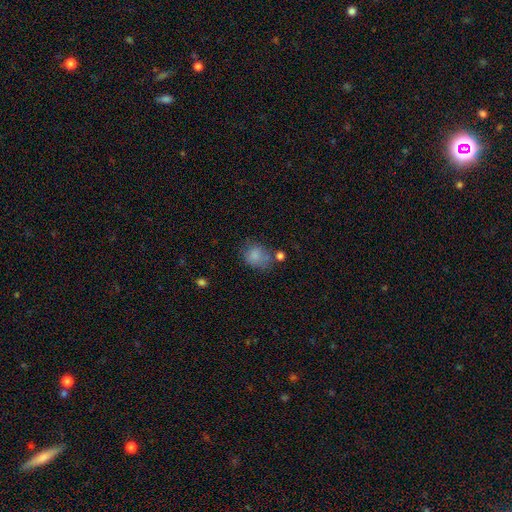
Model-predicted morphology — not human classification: smooth-or-featured: smooth: 81% | star or artifact: 10% | featured or disk: 9%
  how-rounded: round: 57% | in between: 42% | cigar-shaped: 1%
  merging: none: 53% | minor disturbance: 24% | merger: 11% | major disturbance: 11%